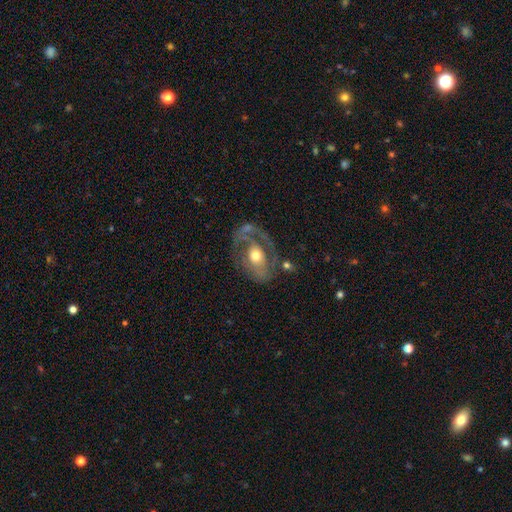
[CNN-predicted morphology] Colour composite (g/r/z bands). It shows a featured or disk galaxy (72%) with no bar (68%), spiral arms (68%) and a moderate central bulge (73%). Merging: none (53%).